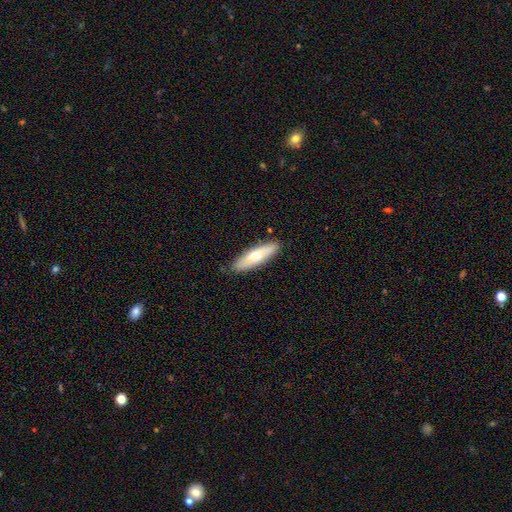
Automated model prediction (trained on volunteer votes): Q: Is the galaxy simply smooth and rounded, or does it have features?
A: smooth — 66%.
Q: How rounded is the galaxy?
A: cigar-shaped — 65%.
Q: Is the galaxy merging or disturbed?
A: none — 85%.